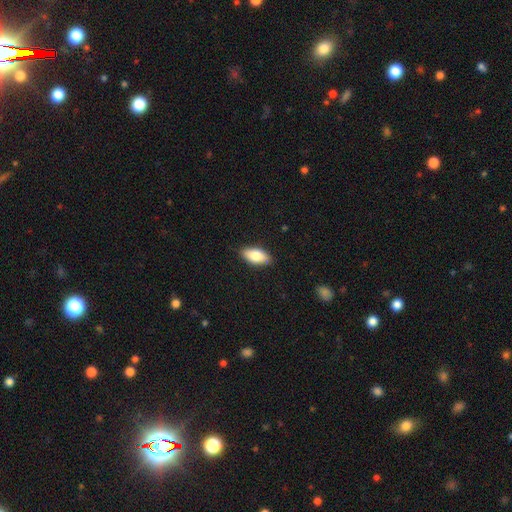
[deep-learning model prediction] Smooth or featured? smooth (81%)
How rounded? in between (90%)
Merging? none (84%)